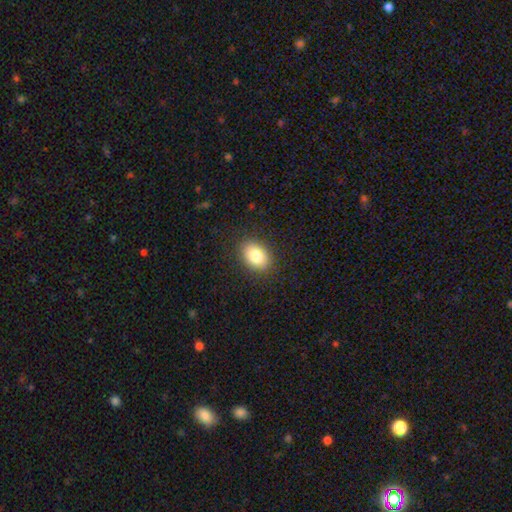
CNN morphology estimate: Smooth or featured? Predicted: smooth (p=0.83). How rounded? Predicted: in between (p=0.77). Merging? Predicted: none (p=0.87).